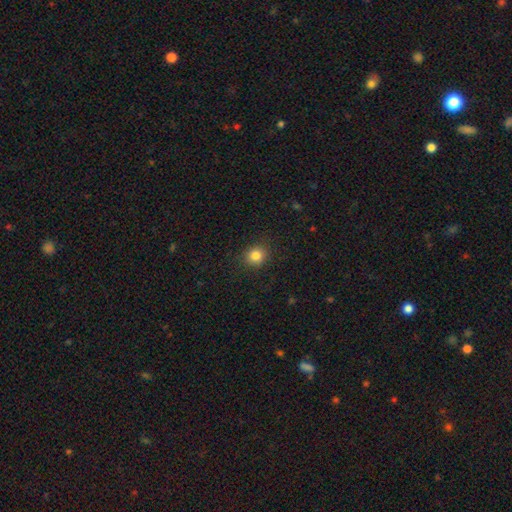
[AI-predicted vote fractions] Smooth or featured? Predicted: smooth (p=0.83). How rounded? Predicted: round (p=0.83). Merging? Predicted: none (p=0.89).